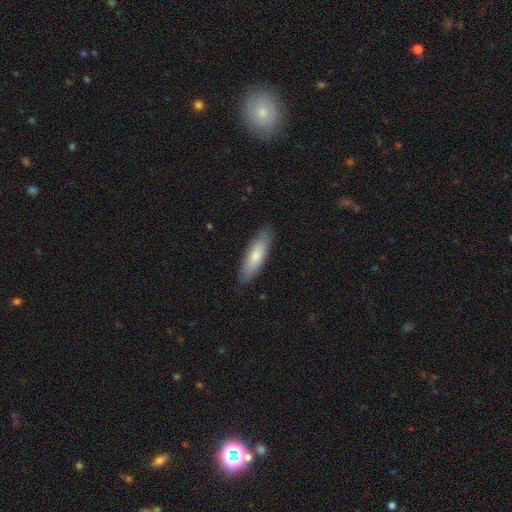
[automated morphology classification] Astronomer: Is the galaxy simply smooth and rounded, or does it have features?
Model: smooth — 77%.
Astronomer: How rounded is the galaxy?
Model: in between — 51% (runner-up: cigar-shaped, 48%).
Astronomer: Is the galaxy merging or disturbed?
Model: none — 87%.